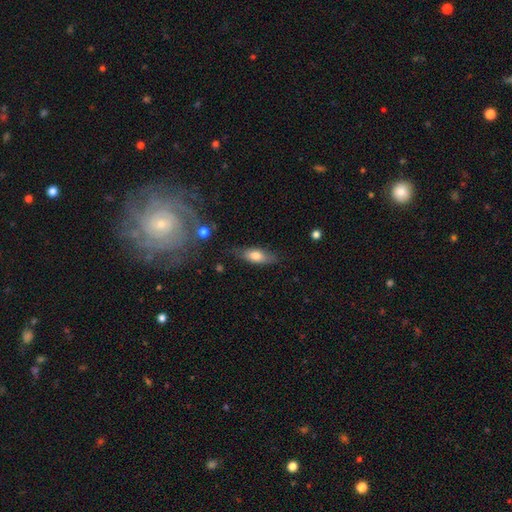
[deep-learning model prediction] Smooth or featured: smooth — 70% (featured or disk — 23%)
How rounded: in between — 67% (cigar-shaped — 30%)
Merging: none — 73% (minor disturbance — 20%)